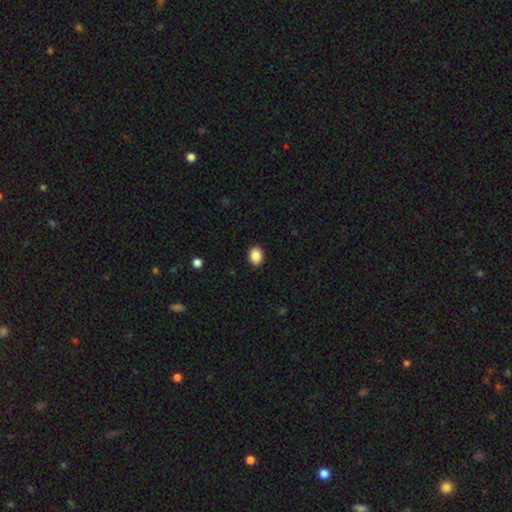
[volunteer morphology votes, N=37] smooth_or_featured: smooth (p=0.95) [alt: star or artifact p=0.05]
how_rounded: in between (p=0.60) [alt: round p=0.40]
merging: none (p=0.86) [alt: minor disturbance p=0.11]